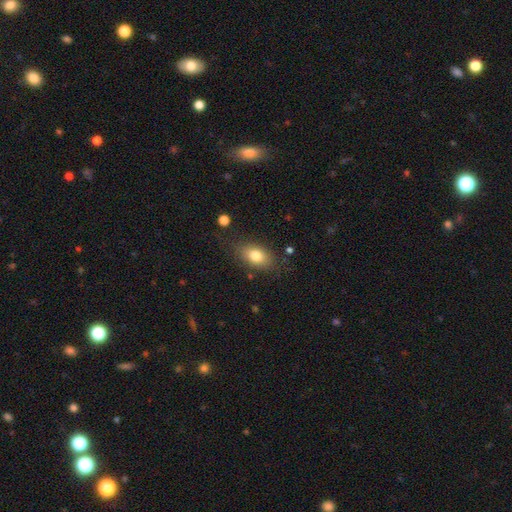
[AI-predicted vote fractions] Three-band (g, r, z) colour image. It shows a smooth galaxy with no disk features (80%) that is in between round and cigar-shaped (85%). Merging: none (79%).